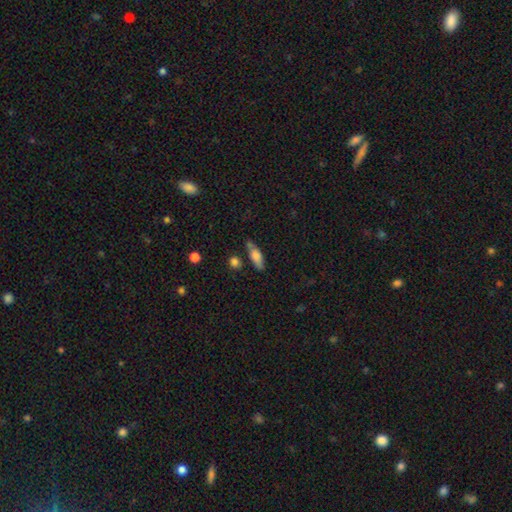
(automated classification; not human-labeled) A smooth galaxy with no disk features (73%) that is in between round and cigar-shaped (57%). Merging: none (66%).